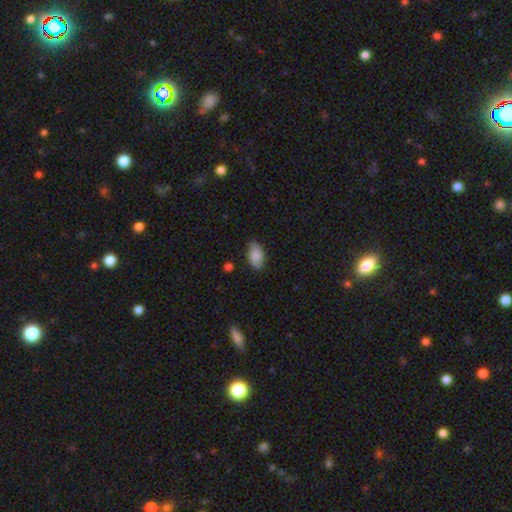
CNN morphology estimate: Overall: smooth (84%). How rounded: in between (93%). Merging: none (79%).